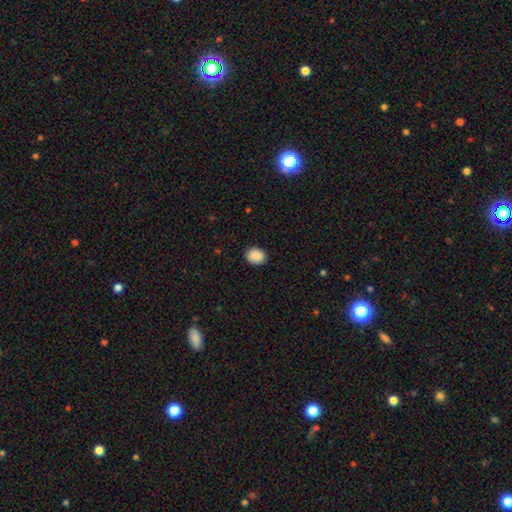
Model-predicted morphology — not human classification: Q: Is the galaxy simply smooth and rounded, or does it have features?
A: smooth — 89%.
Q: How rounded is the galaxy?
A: round — 64%.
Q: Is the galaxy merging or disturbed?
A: none — 88%.